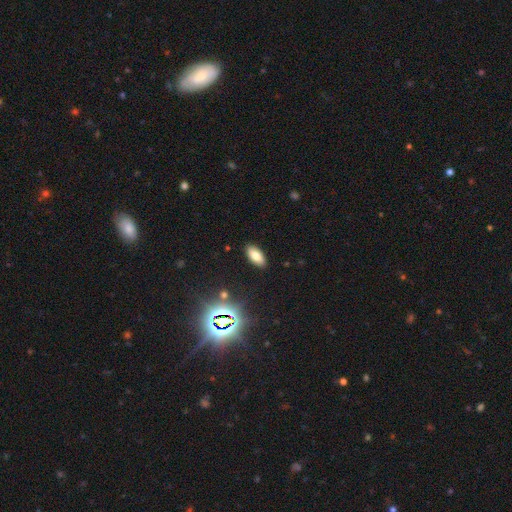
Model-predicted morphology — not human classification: smooth-or-featured: smooth: 75% | star or artifact: 14% | featured or disk: 11%
  how-rounded: in between: 88% | cigar-shaped: 9% | round: 3%
  merging: none: 89% | minor disturbance: 8% | major disturbance: 2% | merger: 1%